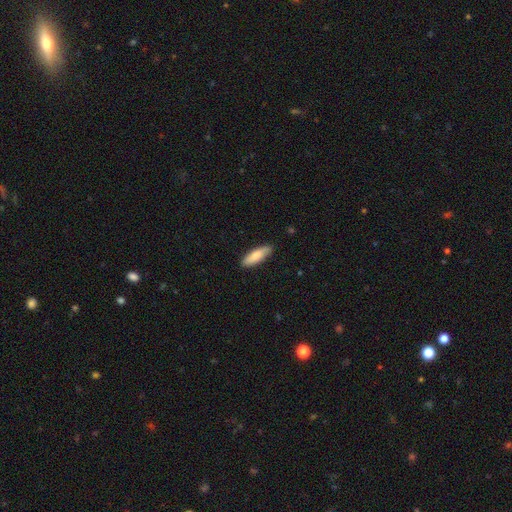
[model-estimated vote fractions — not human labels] The model was most divided on "how rounded": cigar-shaped: 51%, in between: 48%, round: 2%. More confident: merging — none (86%); smooth or featured — smooth (79%).